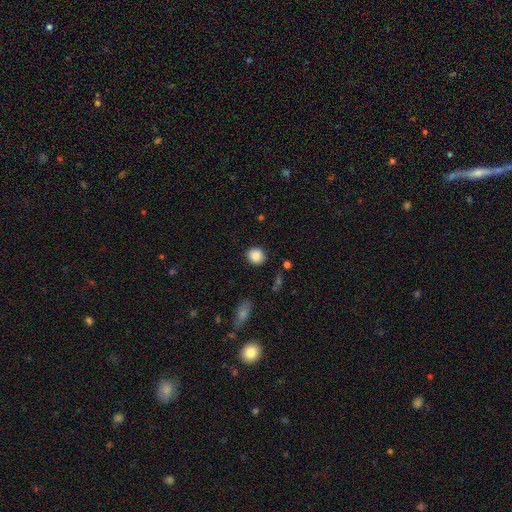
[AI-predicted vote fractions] Morphology: type=smooth (87%); roundness=round (84%); merging=none (88%).